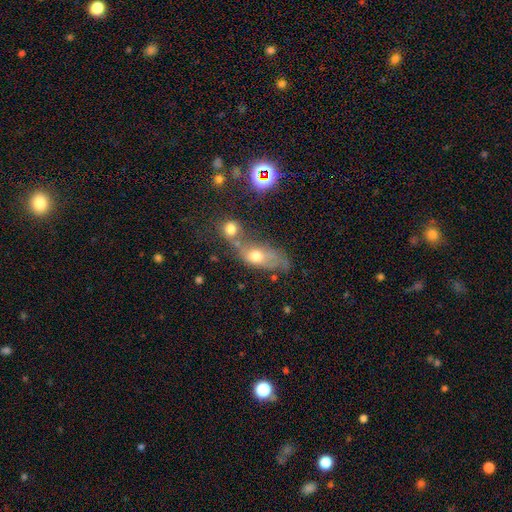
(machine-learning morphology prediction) The model was most divided on "merging": merger: 45%, none: 26%, minor disturbance: 15%, major disturbance: 14%. More confident: how rounded — in between (75%); smooth or featured — smooth (62%).